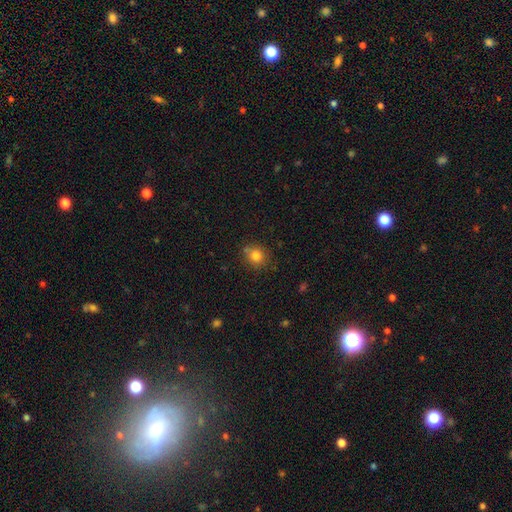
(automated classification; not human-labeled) This appears to be a smooth galaxy with no disk features (81%) that is round (79%). Merging: none (71%).